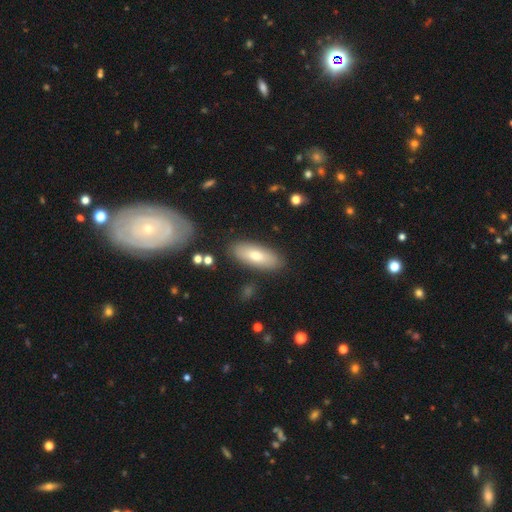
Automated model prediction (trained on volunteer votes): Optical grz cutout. It shows a smooth galaxy with no disk features (70%) that is in between round and cigar-shaped (72%). Merging: none (85%).